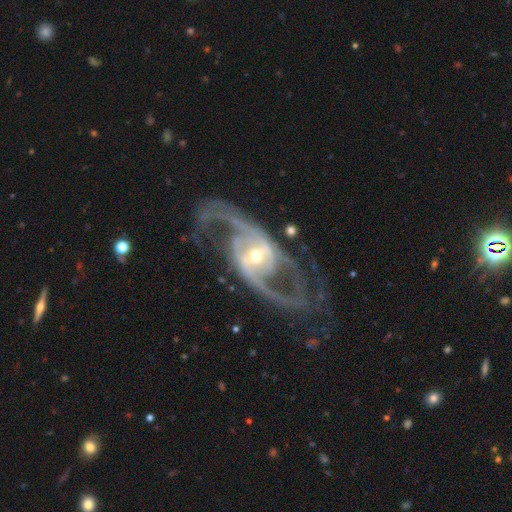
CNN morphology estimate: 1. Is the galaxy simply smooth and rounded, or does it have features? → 93% featured or disk, 4% star or artifact, 3% smooth.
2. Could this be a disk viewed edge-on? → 96% no, 4% yes.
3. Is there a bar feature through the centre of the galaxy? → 39% strong, 35% weak, 26% no.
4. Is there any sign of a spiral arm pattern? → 97% yes, 3% no.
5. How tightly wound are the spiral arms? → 54% medium, 32% loose, 14% tight.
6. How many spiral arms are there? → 92% 2, 2% can't tell, 2% 3, 1% 1, 1% 4, 1% more than 4.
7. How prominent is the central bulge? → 53% small, 42% moderate, 3% large, 1% dominant, 1% none.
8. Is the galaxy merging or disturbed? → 75% none, 13% minor disturbance, 11% major disturbance, 2% merger.